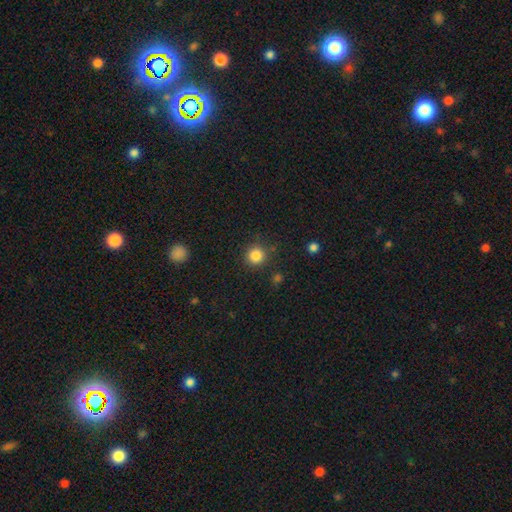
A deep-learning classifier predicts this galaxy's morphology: Q: Smooth or featured?
A: smooth (85%); runner-up: star or artifact (11%)
Q: How rounded?
A: round (94%); runner-up: in between (5%)
Q: Merging?
A: none (88%); runner-up: minor disturbance (7%)